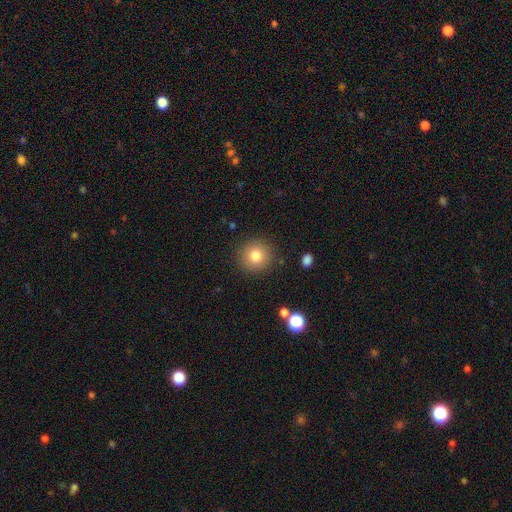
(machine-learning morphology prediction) The model was most divided on "smooth or featured": smooth: 80%, star or artifact: 11%, featured or disk: 9%. More confident: how rounded — round (93%); merging — none (89%).